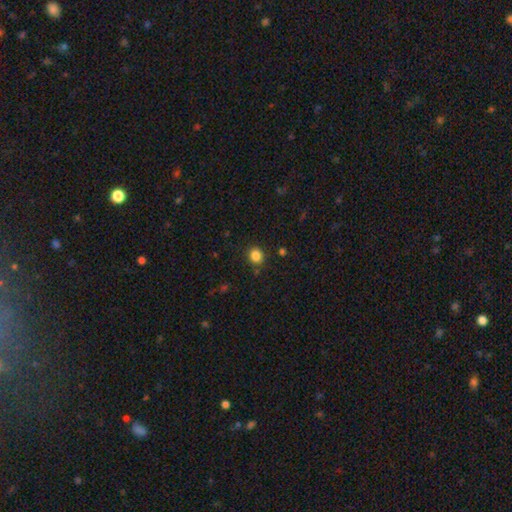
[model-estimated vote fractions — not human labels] Smooth or featured: smooth — 84% (star or artifact — 12%)
How rounded: round — 79% (in between — 20%)
Merging: none — 86% (minor disturbance — 9%)